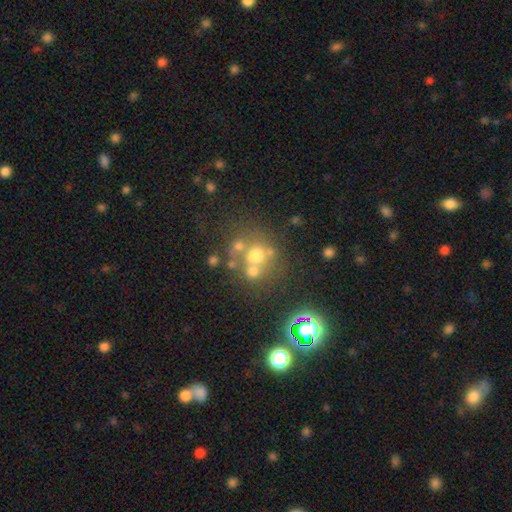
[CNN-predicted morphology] smooth_or_featured: smooth (p=0.55) [alt: star or artifact p=0.23]
how_rounded: round (p=0.78) [alt: in between p=0.21]
merging: none (p=0.49) [alt: merger p=0.32]